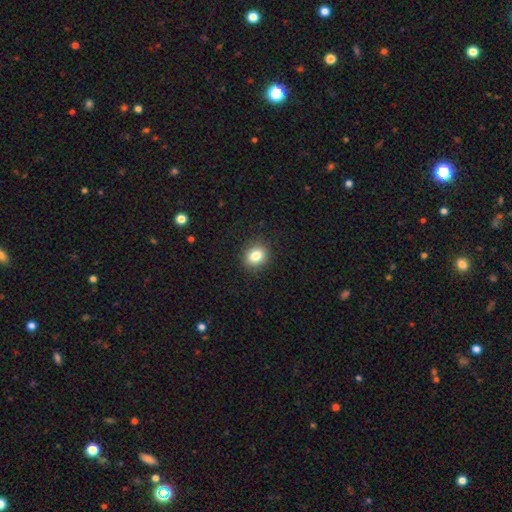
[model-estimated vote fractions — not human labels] Smooth or featured? Predicted: smooth (p=0.82). How rounded? Predicted: round (p=0.60). Merging? Predicted: none (p=0.89).